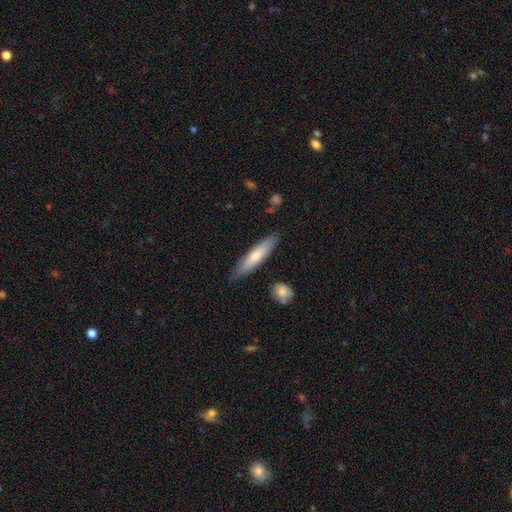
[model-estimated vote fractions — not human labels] Smooth or featured? Predicted: smooth (p=0.67). How rounded? Predicted: cigar-shaped (p=0.81). Merging? Predicted: none (p=0.83).